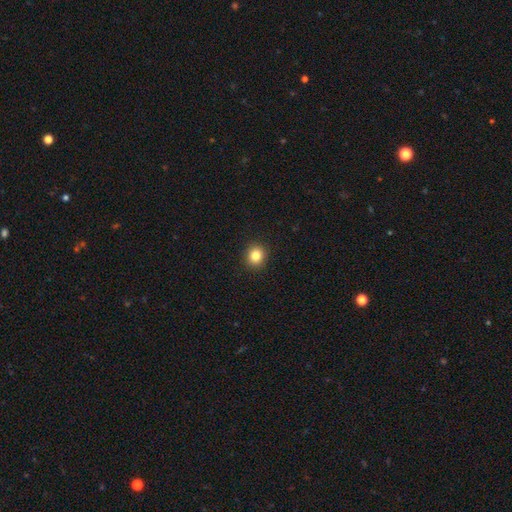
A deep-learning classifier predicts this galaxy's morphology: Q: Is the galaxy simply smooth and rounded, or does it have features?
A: smooth — 83%.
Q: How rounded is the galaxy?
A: round — 86%.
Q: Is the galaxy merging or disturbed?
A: none — 92%.